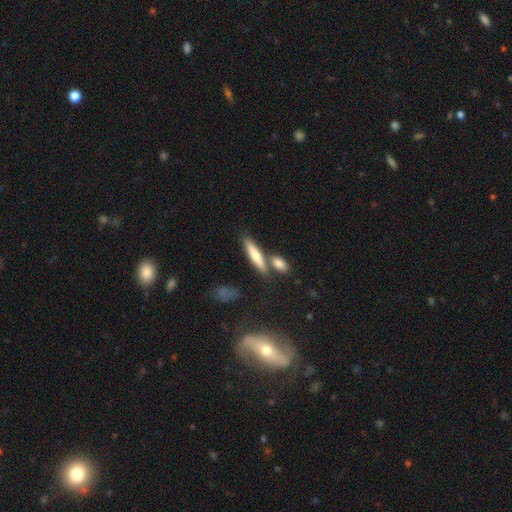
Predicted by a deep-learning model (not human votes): smooth-or-featured: smooth: 64% | featured or disk: 29% | star or artifact: 7%
  how-rounded: cigar-shaped: 77% | in between: 20% | round: 3%
  merging: none: 65% | merger: 21% | minor disturbance: 11% | major disturbance: 3%